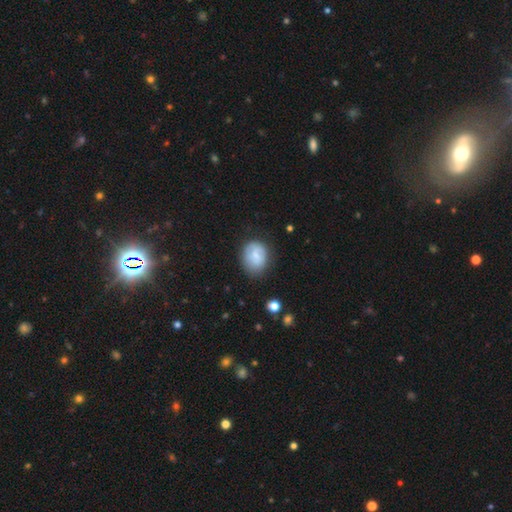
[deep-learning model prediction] smooth-or-featured: smooth: 71% | featured or disk: 21% | star or artifact: 8%
  how-rounded: in between: 50% | round: 49% | cigar-shaped: 1%
  merging: none: 66% | minor disturbance: 25% | major disturbance: 8% | merger: 2%